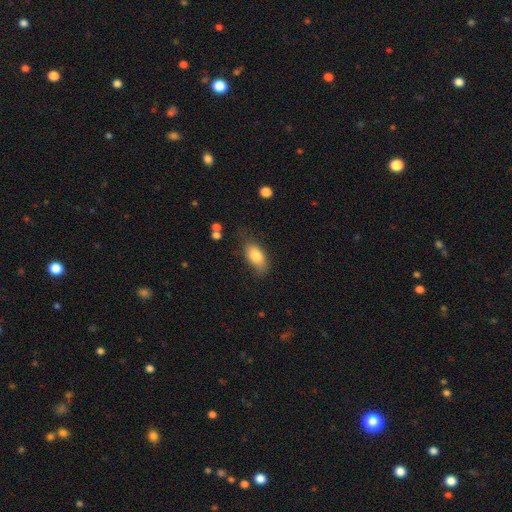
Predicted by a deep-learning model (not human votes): The model was most divided on "merging": none: 66%, minor disturbance: 25%, major disturbance: 7%, merger: 2%. More confident: how rounded — in between (88%); smooth or featured — smooth (79%).